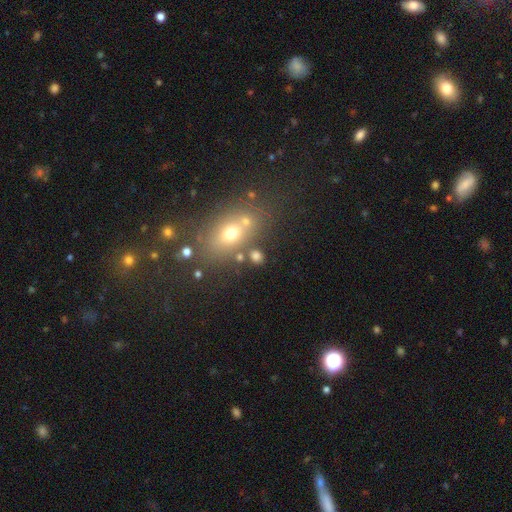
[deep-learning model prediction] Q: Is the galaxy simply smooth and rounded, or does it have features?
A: smooth — 71%.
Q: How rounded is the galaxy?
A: in between — 53%.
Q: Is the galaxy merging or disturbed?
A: none — 69%.